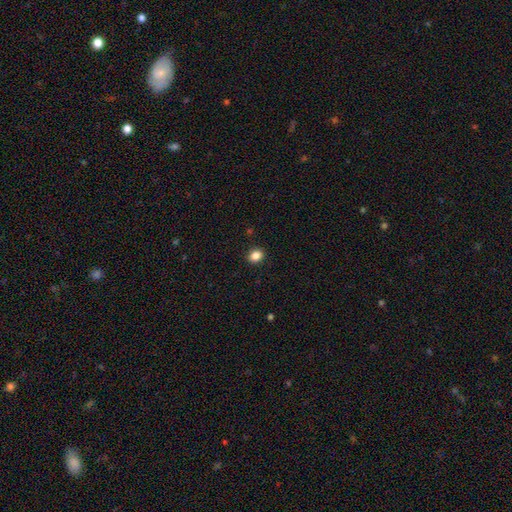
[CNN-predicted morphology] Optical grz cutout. It shows a smooth galaxy with no disk features (86%) that is round (55%). Merging: none (91%).